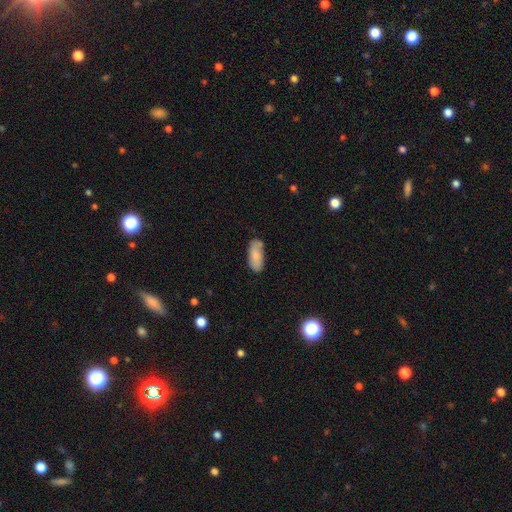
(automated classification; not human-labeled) Smooth or featured? Predicted: smooth (p=0.78). How rounded? Predicted: in between (p=0.88). Merging? Predicted: none (p=0.68).